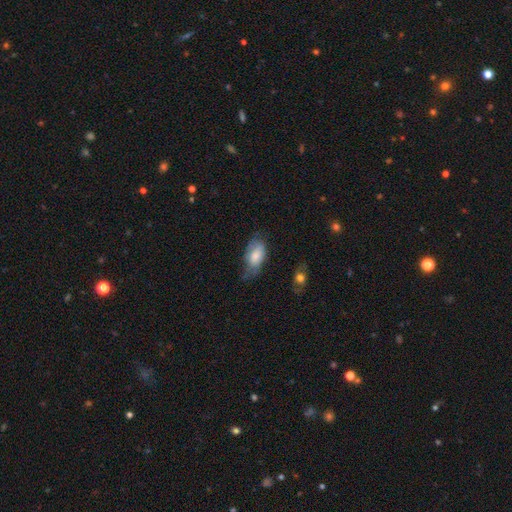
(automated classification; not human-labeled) Smooth or featured? Predicted: smooth (p=0.75). How rounded? Predicted: in between (p=0.92). Merging? Predicted: none (p=0.41).